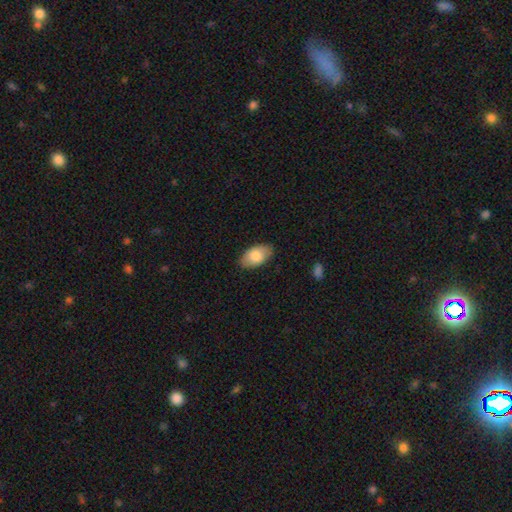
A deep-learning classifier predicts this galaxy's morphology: Q: Smooth or featured?
A: smooth (83%); runner-up: featured or disk (11%)
Q: How rounded?
A: in between (94%); runner-up: round (4%)
Q: Merging?
A: none (85%); runner-up: minor disturbance (12%)